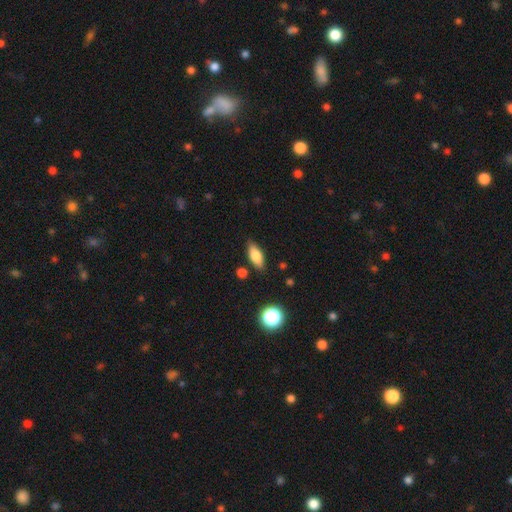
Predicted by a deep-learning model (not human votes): This is likely a smooth galaxy (76%). How rounded: likely in between (77%). Merging: clearly none (83%).